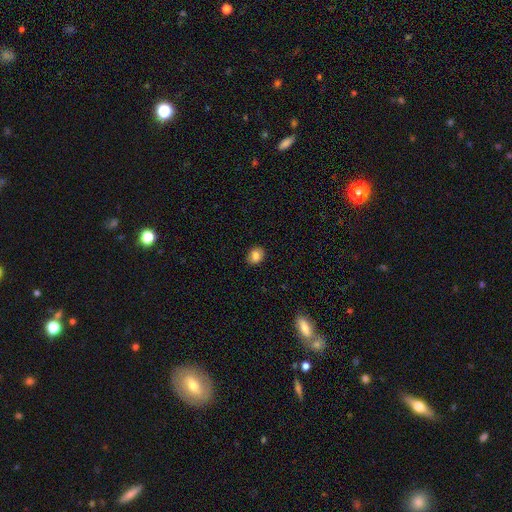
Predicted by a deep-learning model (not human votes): Smooth or featured? smooth (83%)
How rounded? in between (59%)
Merging? none (88%)